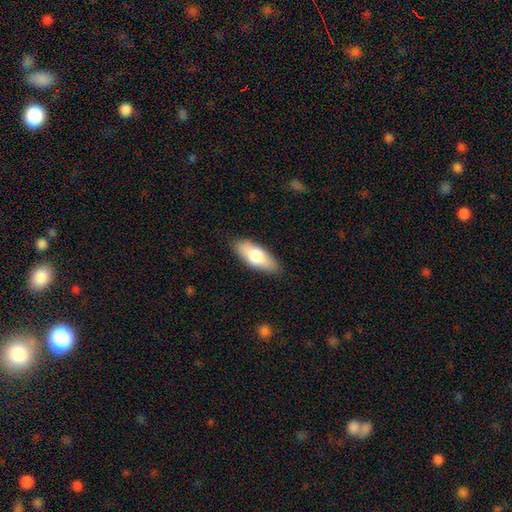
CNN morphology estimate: Smooth or featured: smooth — 75% (featured or disk — 19%)
How rounded: in between — 80% (cigar-shaped — 18%)
Merging: none — 86% (minor disturbance — 11%)